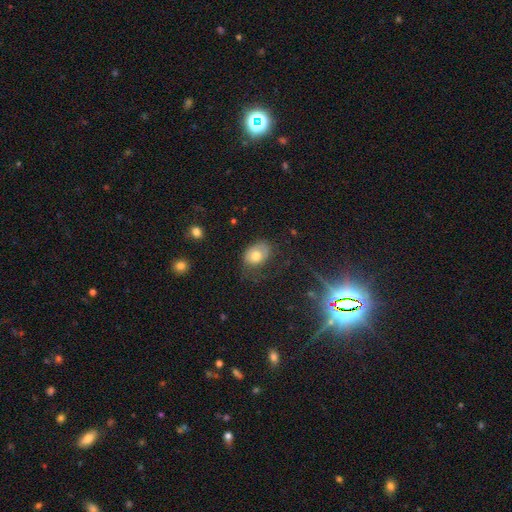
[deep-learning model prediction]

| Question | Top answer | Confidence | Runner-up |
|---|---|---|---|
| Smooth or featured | smooth | 67% | featured or disk (23%) |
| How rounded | in between | 73% | round (26%) |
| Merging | none | 52% | minor disturbance (30%) |